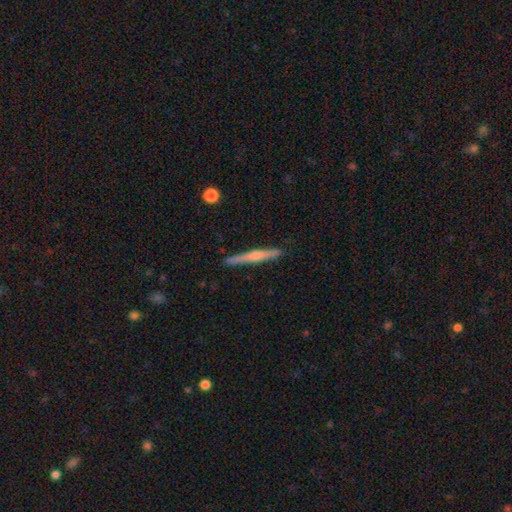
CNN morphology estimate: Smooth or featured? featured or disk (61%)
Edge-on disk? yes (98%)
Edge-on bulge? rounded (72%)
Merging? none (89%)